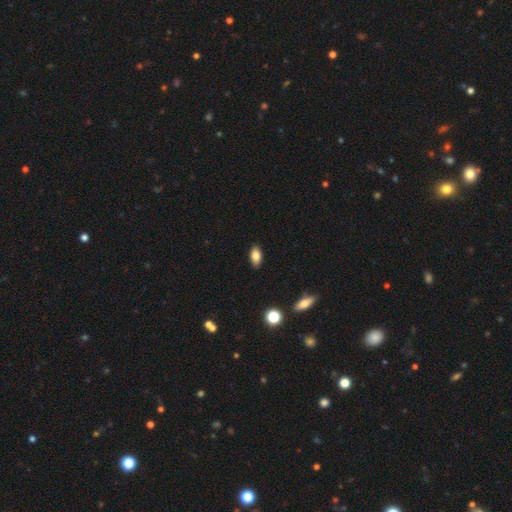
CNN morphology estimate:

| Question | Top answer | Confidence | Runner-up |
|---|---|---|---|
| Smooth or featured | smooth | 82% | featured or disk (10%) |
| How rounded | in between | 91% | round (5%) |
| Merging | none | 88% | minor disturbance (9%) |